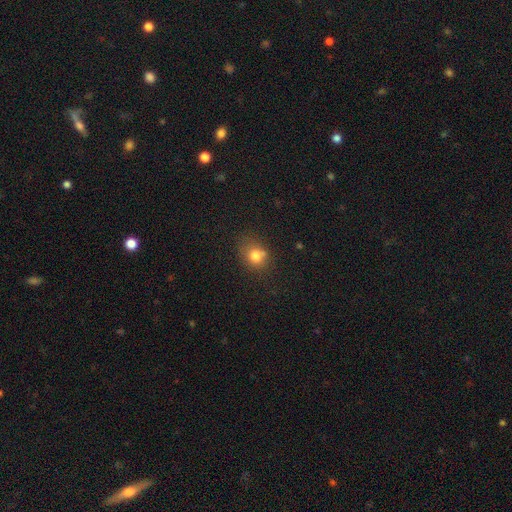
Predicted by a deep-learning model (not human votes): Q: Smooth or featured?
A: smooth (78%); runner-up: star or artifact (12%)
Q: How rounded?
A: round (63%); runner-up: in between (36%)
Q: Merging?
A: none (56%); runner-up: minor disturbance (24%)